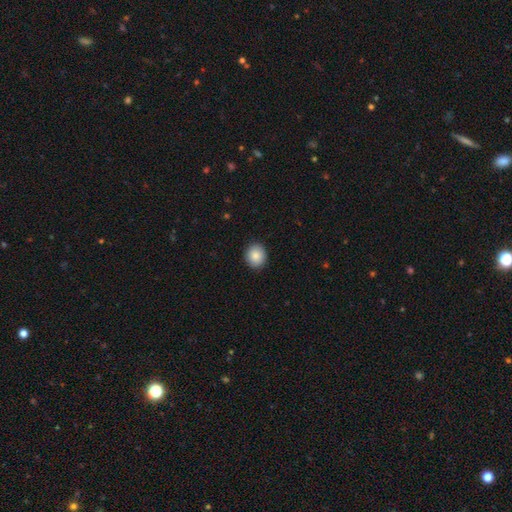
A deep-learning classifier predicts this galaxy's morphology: This is clearly a smooth galaxy (86%). How rounded: likely round (74%). Merging: clearly none (91%).